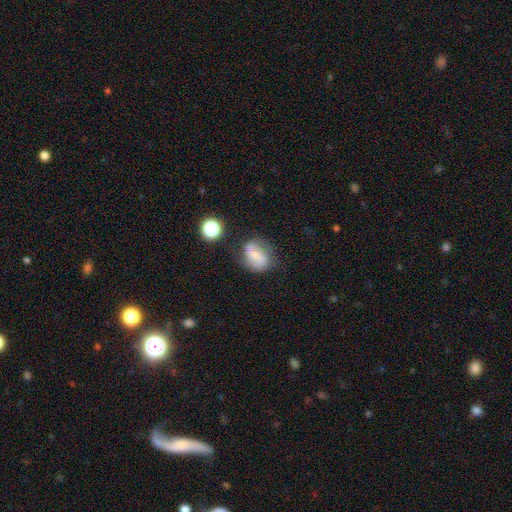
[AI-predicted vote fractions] Smooth or featured: featured or disk — 54% (smooth — 35%)
Edge-on disk: no — 97% (yes — 3%)
Bar: no — 42% (weak — 39%)
Spiral arms: yes — 86% (no — 14%)
Bulge size: small — 48% (moderate — 24%)
Merging: none — 60% (minor disturbance — 24%)